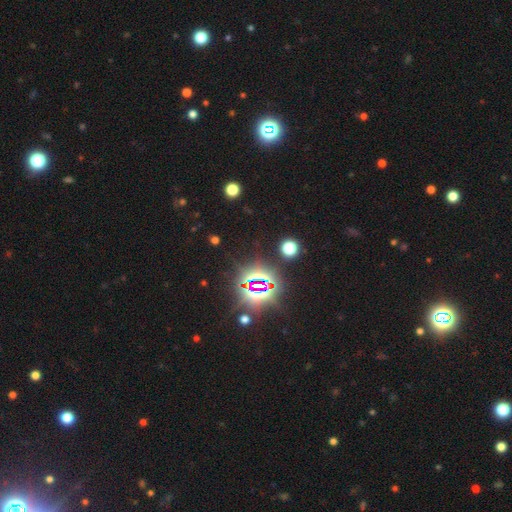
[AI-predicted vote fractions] This appears to be a star or artifact, not a galaxy (83%).